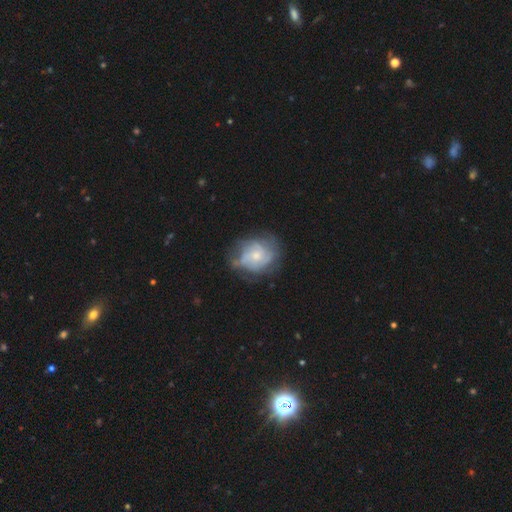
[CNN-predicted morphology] This appears to be a featured or disk galaxy (63%) with no bar (78%), spiral arms (73%) and a small central bulge (52%). Merging: none (56%).